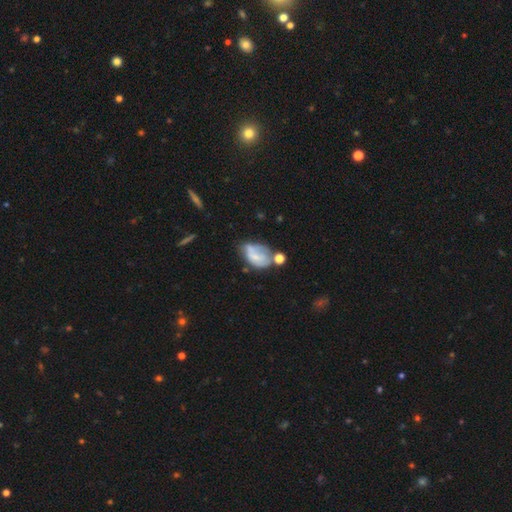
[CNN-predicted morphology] type=featured or disk (47%); merging=minor disturbance (29%, tied with none).